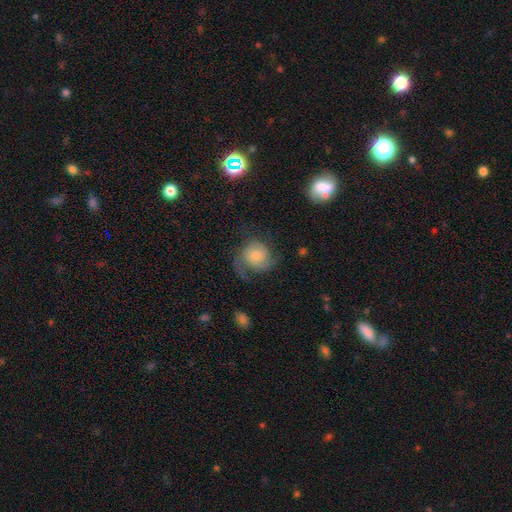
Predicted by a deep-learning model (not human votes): A featured or disk galaxy (55%) with no bar (75%), spiral arms (89%) and a small central bulge (51%). Merging: none (50%).